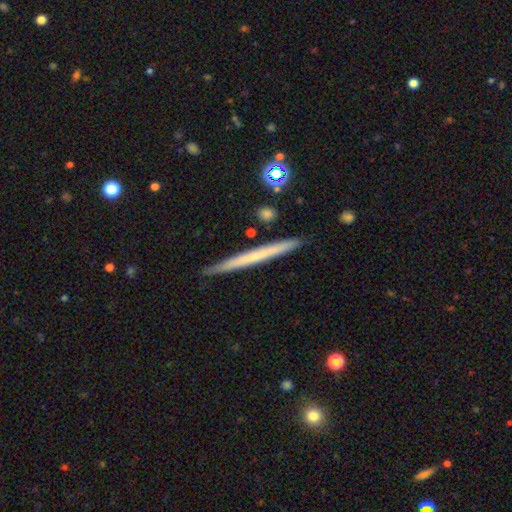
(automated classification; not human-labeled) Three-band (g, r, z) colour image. It shows a smooth galaxy with no disk features (52%) that is cigar-shaped (97%). Merging: none (90%).